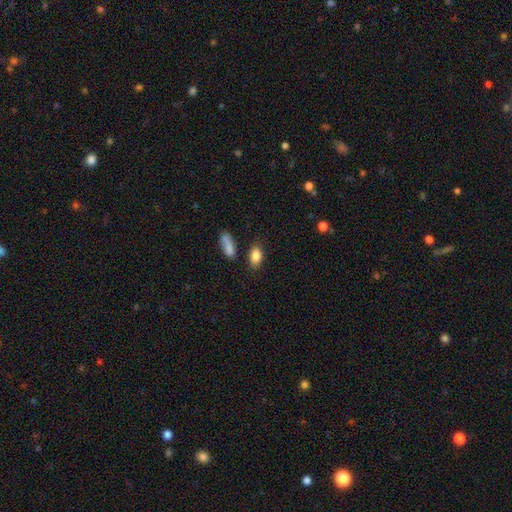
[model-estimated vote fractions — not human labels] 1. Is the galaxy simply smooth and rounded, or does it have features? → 85% smooth, 8% star or artifact, 7% featured or disk.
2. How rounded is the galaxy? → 85% in between, 11% round, 3% cigar-shaped.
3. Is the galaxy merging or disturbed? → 79% none, 12% minor disturbance, 6% merger, 3% major disturbance.